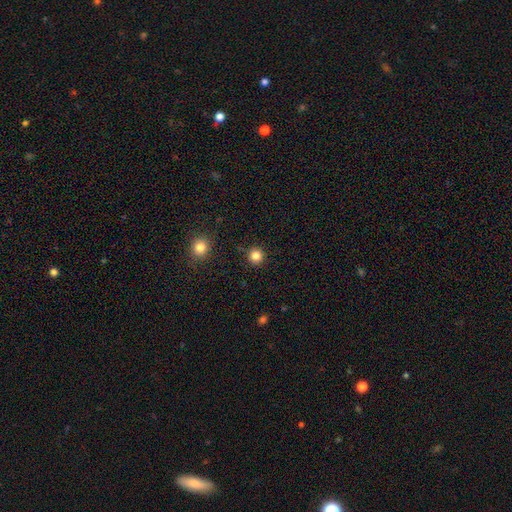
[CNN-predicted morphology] Smooth or featured? smooth (83%)
How rounded? round (95%)
Merging? none (90%)